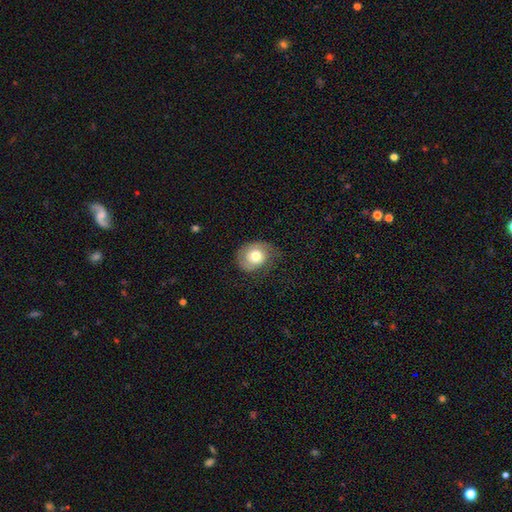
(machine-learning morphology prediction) Smooth or featured: smooth — 63% (featured or disk — 29%)
How rounded: round — 59% (in between — 40%)
Merging: none — 53% (minor disturbance — 30%)